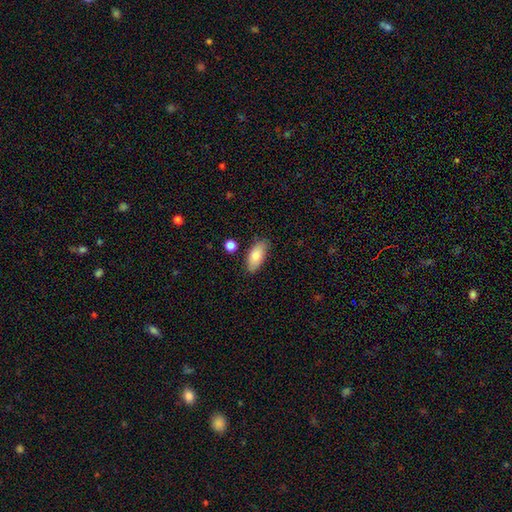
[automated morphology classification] A smooth galaxy with no disk features (80%) that is in between round and cigar-shaped (88%).

Vote fractions:
- Smooth or featured? smooth: 80% / featured or disk: 13% / star or artifact: 7%
- How rounded? in between: 88% / cigar-shaped: 9% / round: 3%
- Merging? none: 80% / minor disturbance: 14% / merger: 3% / major disturbance: 3%